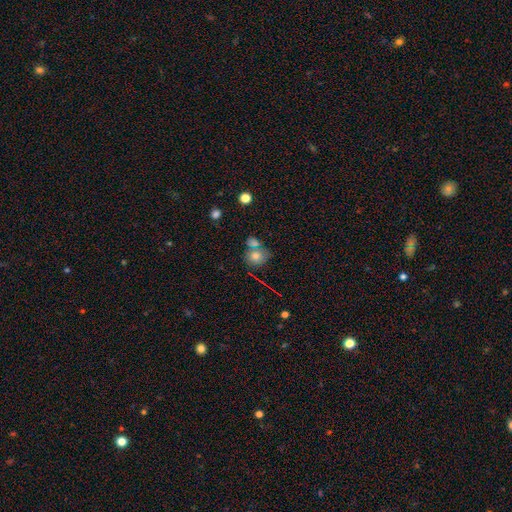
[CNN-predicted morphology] Q: Smooth or featured?
A: smooth (73%); runner-up: featured or disk (16%)
Q: How rounded?
A: round (72%); runner-up: in between (27%)
Q: Merging?
A: none (48%); runner-up: merger (33%)